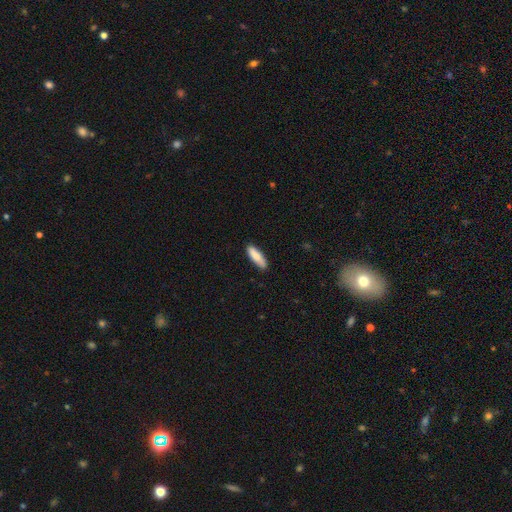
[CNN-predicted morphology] smooth-or-featured: smooth: 85% | featured or disk: 9% | star or artifact: 6%
  how-rounded: cigar-shaped: 57% | in between: 42% | round: 2%
  merging: none: 86% | minor disturbance: 11% | major disturbance: 2% | merger: 1%